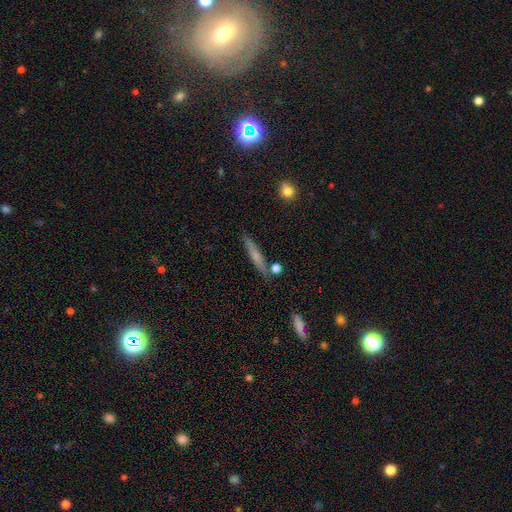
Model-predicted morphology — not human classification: smooth 56%, featured or disk 36%, star or artifact 7%. Down the decision tree: how rounded — cigar-shaped (92%); merging — none (82%).